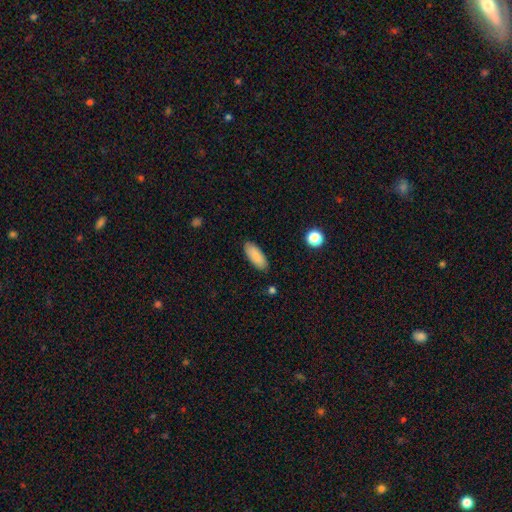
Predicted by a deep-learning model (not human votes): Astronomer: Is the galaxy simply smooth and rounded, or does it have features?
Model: smooth — 88%.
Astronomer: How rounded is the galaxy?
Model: in between — 80%.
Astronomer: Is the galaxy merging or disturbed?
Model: none — 88%.